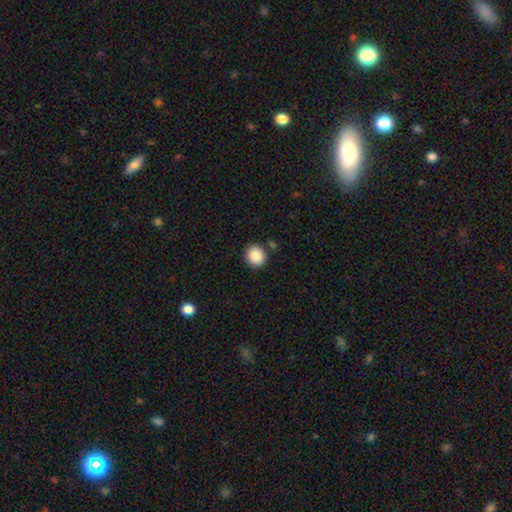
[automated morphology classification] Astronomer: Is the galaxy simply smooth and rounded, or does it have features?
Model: smooth — 88%.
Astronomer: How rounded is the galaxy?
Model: round — 84%.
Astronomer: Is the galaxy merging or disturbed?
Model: none — 85%.